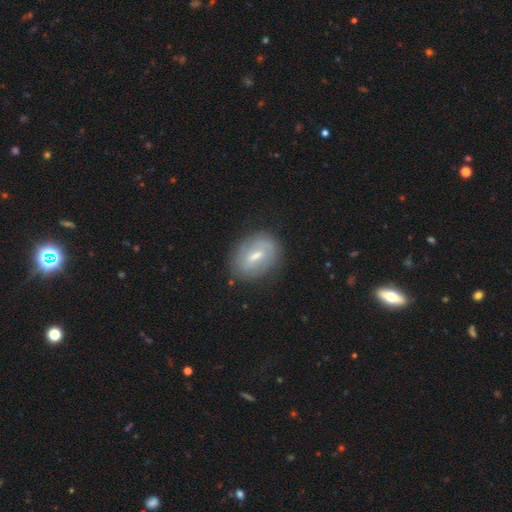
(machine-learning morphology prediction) featured or disk 53%, smooth 40%, star or artifact 7%. Down the decision tree: edge-on disk — no (91%); merging — none (76%).